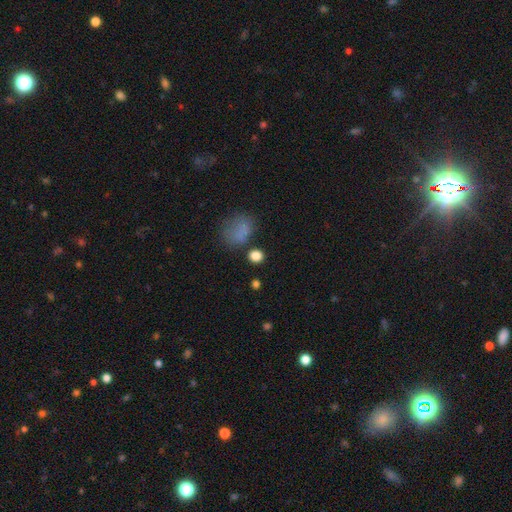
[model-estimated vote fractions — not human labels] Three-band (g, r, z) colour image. It shows a smooth galaxy with no disk features (82%) that is round (75%). Merging: none (76%).